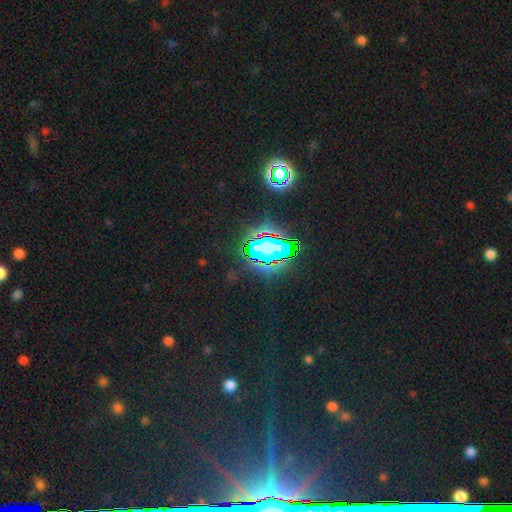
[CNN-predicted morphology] type=star or artifact (69%).